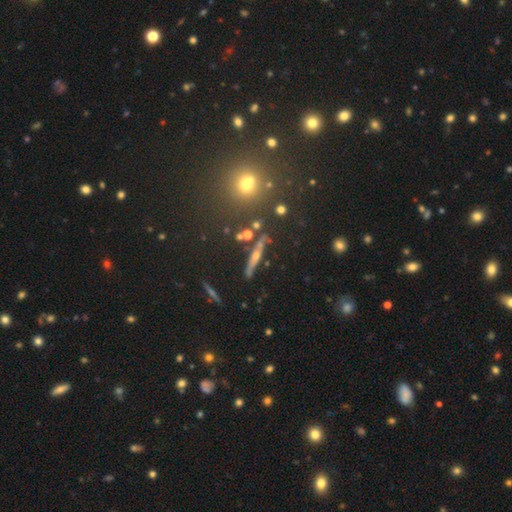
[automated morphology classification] star or artifact 38%, featured or disk 36%, smooth 26%.